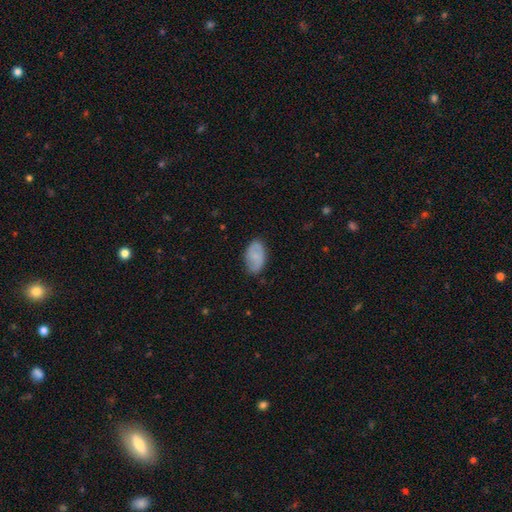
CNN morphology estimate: smooth 71%, featured or disk 22%, star or artifact 7%. Down the decision tree: how rounded — in between (93%); merging — none (77%).